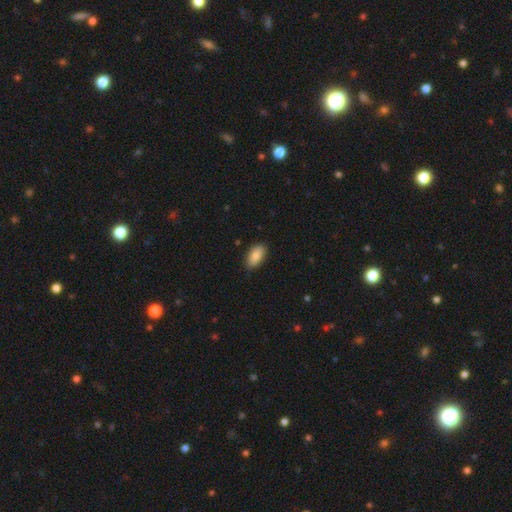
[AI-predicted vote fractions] The model was most divided on "merging": none: 85%, minor disturbance: 12%, major disturbance: 2%, merger: 1%. More confident: how rounded — in between (92%); smooth or featured — smooth (85%).